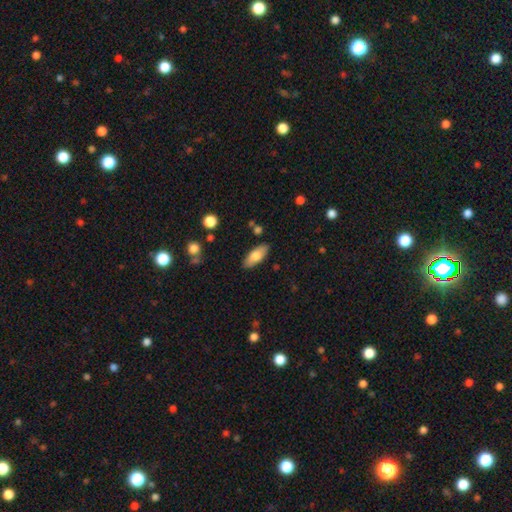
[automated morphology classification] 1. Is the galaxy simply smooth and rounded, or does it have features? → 73% smooth, 21% featured or disk, 6% star or artifact.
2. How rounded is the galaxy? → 80% in between, 18% cigar-shaped, 2% round.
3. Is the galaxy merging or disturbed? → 86% none, 10% minor disturbance, 2% major disturbance, 2% merger.